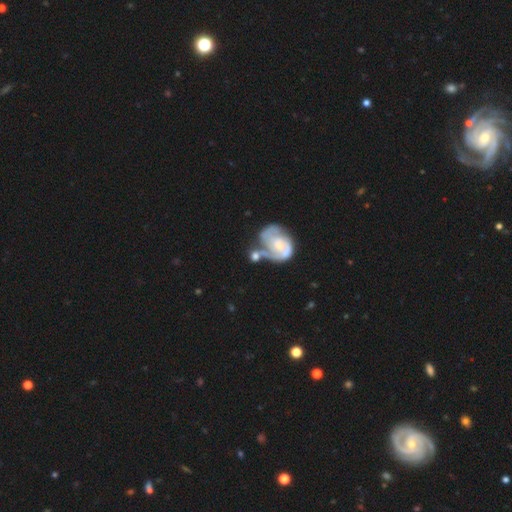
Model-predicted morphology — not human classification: smooth_or_featured: featured or disk (p=0.65) [alt: smooth p=0.27]
disk_edge_on: no (p=0.97) [alt: yes p=0.03]
bar: no (p=0.65) [alt: weak p=0.28]
has_spiral_arms: yes (p=0.81) [alt: no p=0.19]
spiral_winding: tight (p=0.42) [alt: medium p=0.39]
spiral_arm_count: 2 (p=0.50) [alt: can't tell p=0.21]
bulge_size: small (p=0.52) [alt: moderate p=0.31]
merging: merger (p=0.34) [alt: none p=0.31]